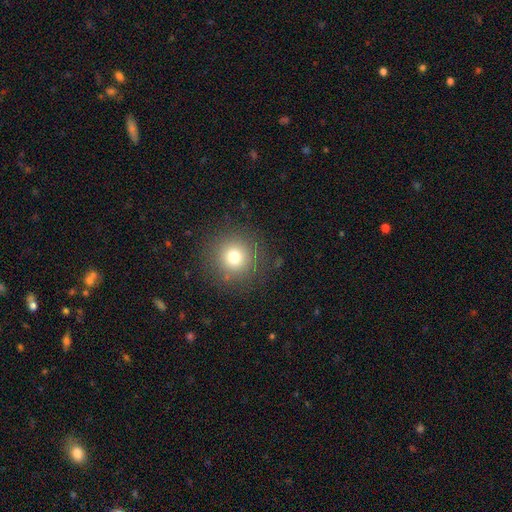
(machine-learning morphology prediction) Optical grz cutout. It shows a smooth galaxy with no disk features (72%) that is round (95%). Merging: none (91%).